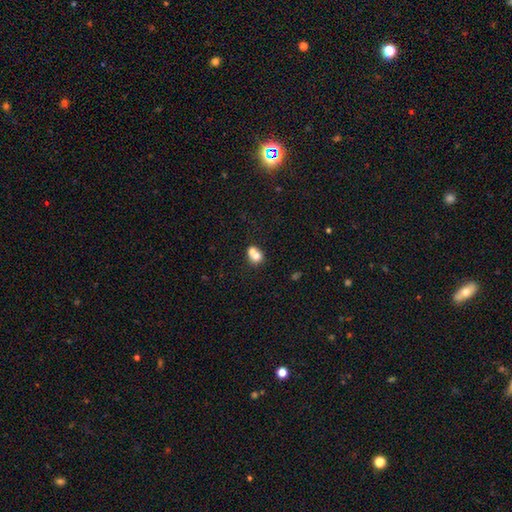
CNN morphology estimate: A smooth galaxy with no disk features (71%) that is round (61%).

Vote fractions:
- Smooth or featured? smooth: 71% / featured or disk: 18% / star or artifact: 11%
- How rounded? round: 61% / in between: 38% / cigar-shaped: 1%
- Merging? merger: 62% / none: 27% / minor disturbance: 7% / major disturbance: 3%